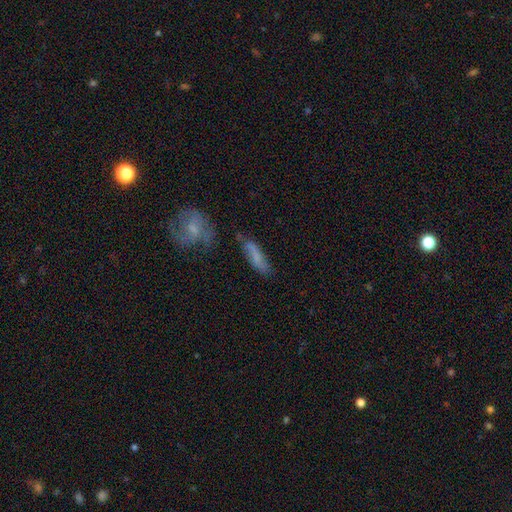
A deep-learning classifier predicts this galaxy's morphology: Q: Smooth or featured?
A: smooth (65%); runner-up: featured or disk (27%)
Q: How rounded?
A: cigar-shaped (61%); runner-up: in between (36%)
Q: Merging?
A: none (60%); runner-up: minor disturbance (23%)